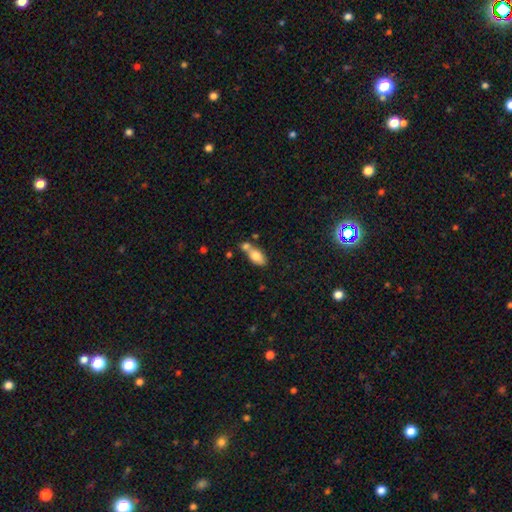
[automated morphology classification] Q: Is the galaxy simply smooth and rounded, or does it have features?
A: smooth — 77%.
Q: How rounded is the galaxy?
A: in between — 87%.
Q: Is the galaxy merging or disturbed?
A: merger — 45%.